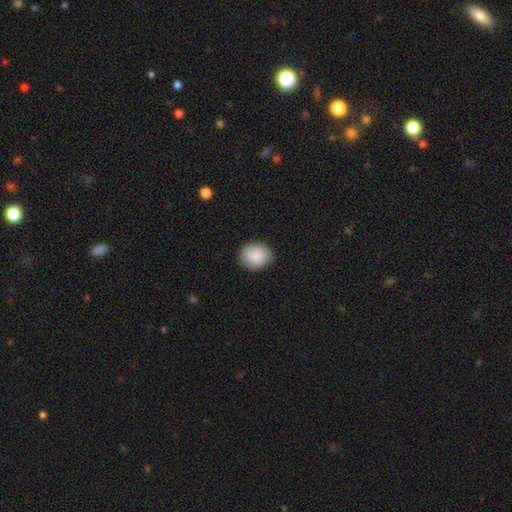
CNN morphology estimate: A smooth galaxy with no disk features (87%) that is round (66%).

Vote fractions:
- Smooth or featured? smooth: 87% / star or artifact: 6% / featured or disk: 6%
- How rounded? round: 66% / in between: 33% / cigar-shaped: 1%
- Merging? none: 83% / minor disturbance: 13% / major disturbance: 3% / merger: 1%